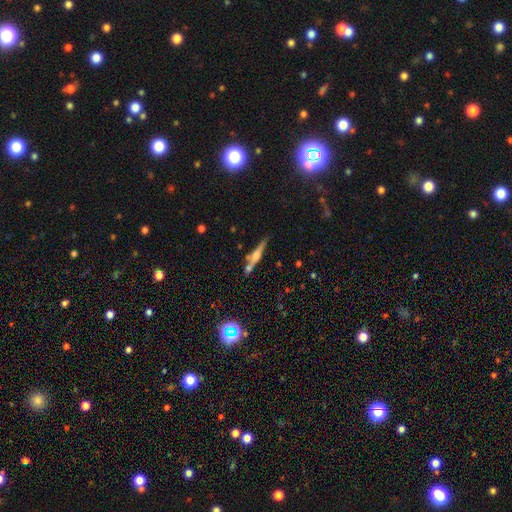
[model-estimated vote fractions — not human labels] Smooth or featured?
  - featured or disk: 60% *
  - smooth: 31%
  - star or artifact: 9%
Edge-on disk?
  - yes: 95% *
  - no: 5%
Edge-on bulge?
  - rounded: 78% *
  - boxy: 12%
  - none: 10%
Merging?
  - none: 68% *
  - merger: 15%
  - minor disturbance: 14%
  - major disturbance: 4%